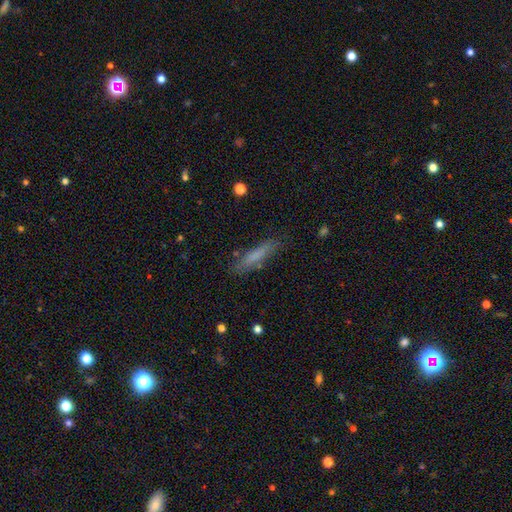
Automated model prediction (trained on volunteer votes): Morphology: type=smooth (71%); roundness=cigar-shaped (84%); merging=none (78%).